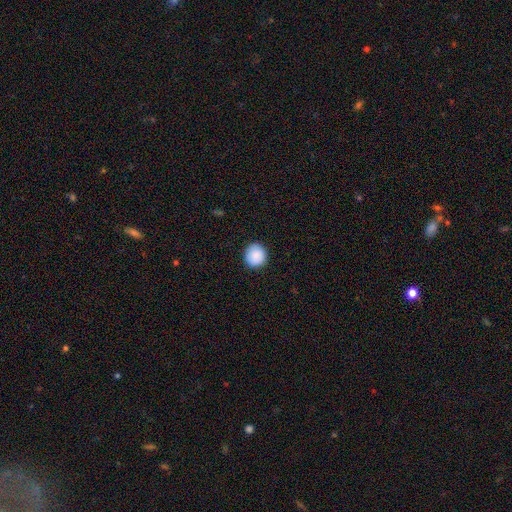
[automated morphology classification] A smooth galaxy with no disk features (89%) that is round (91%).

Vote fractions:
- Smooth or featured? smooth: 89% / star or artifact: 7% / featured or disk: 3%
- How rounded? round: 91% / in between: 9% / cigar-shaped: 1%
- Merging? none: 91% / minor disturbance: 7% / major disturbance: 2% / merger: 1%